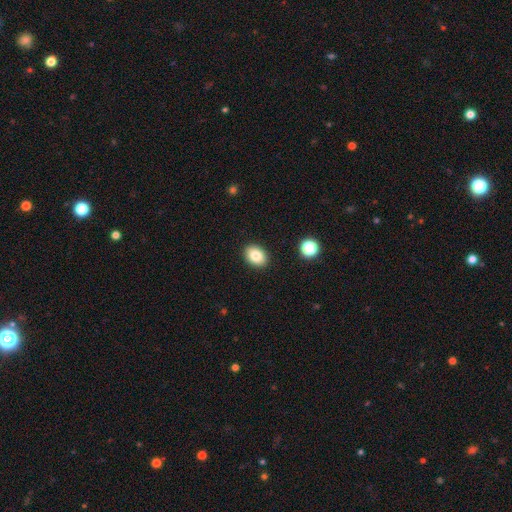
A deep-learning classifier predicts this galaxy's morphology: Smooth or featured? smooth (83%)
How rounded? in between (73%)
Merging? none (90%)